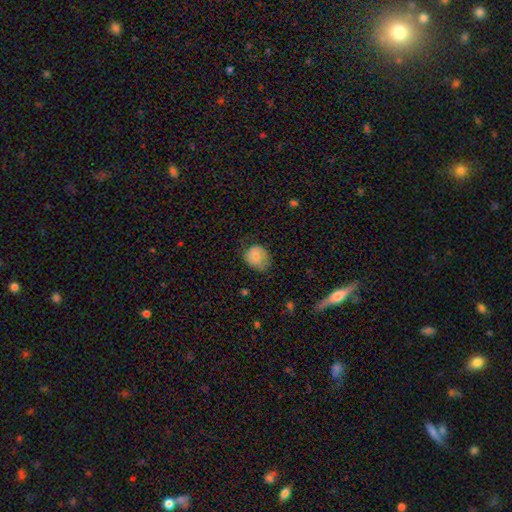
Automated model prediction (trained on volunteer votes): Morphology: type=smooth (72%); roundness=round (63%); merging=none (54%).